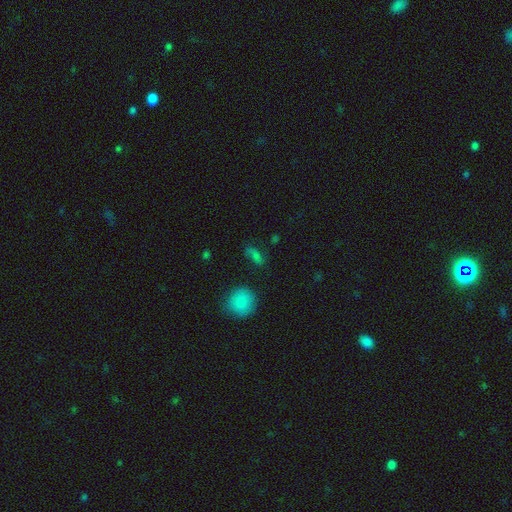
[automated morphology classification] type=smooth (62%); roundness=in between (70%); merging=none (67%).